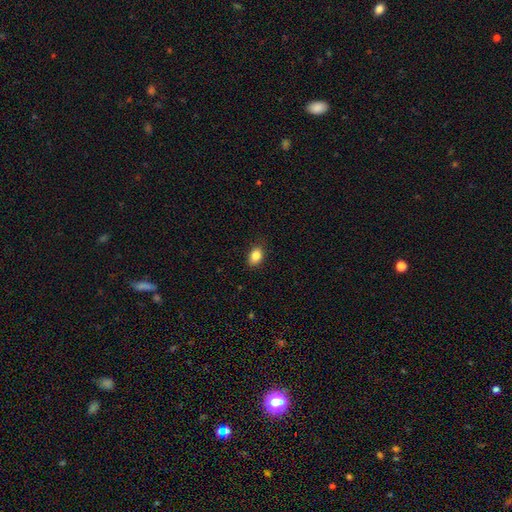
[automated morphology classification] The model was most divided on "how rounded": in between: 79%, round: 20%, cigar-shaped: 1%. More confident: smooth or featured — smooth (86%); merging — none (86%).